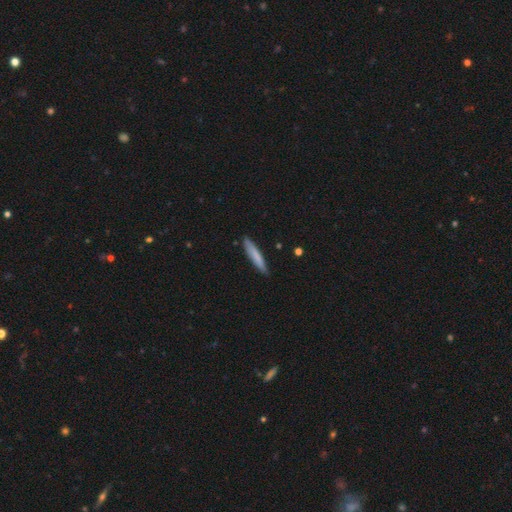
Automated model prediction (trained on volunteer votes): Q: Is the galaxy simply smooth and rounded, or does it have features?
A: smooth — 76%.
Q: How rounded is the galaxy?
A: cigar-shaped — 92%.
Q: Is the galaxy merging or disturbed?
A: none — 85%.